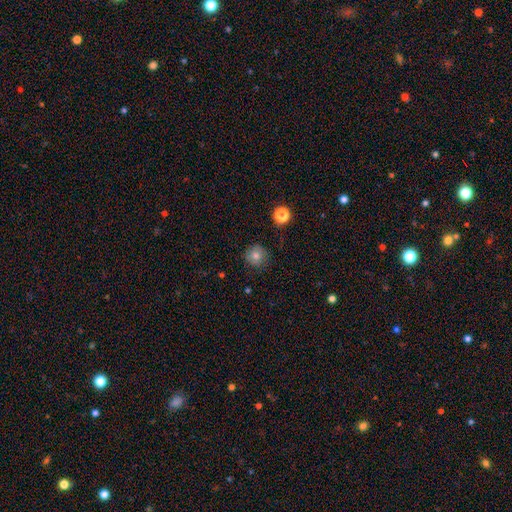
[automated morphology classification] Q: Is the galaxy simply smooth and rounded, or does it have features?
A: smooth — 77%.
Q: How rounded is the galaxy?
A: round — 93%.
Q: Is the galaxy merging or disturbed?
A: none — 85%.